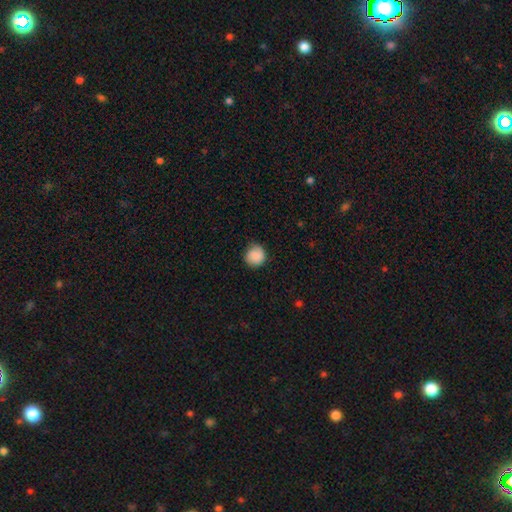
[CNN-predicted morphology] This is clearly a smooth galaxy (88%). How rounded: clearly round (90%). Merging: clearly none (83%).